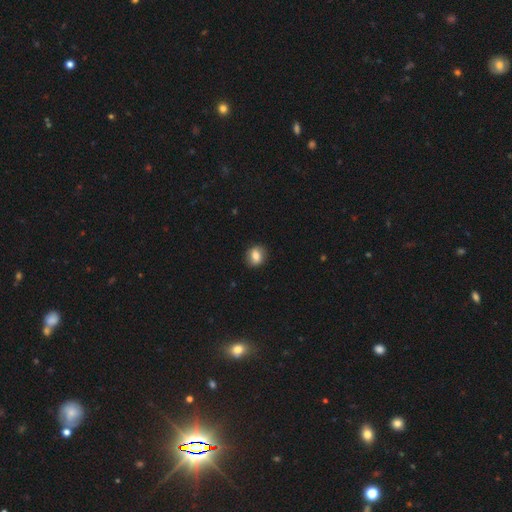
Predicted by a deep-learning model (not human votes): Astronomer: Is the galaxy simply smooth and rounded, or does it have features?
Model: smooth — 74%.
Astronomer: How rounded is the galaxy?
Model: round — 61% (runner-up: in between, 38%).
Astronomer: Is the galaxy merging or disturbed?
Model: none — 87%.